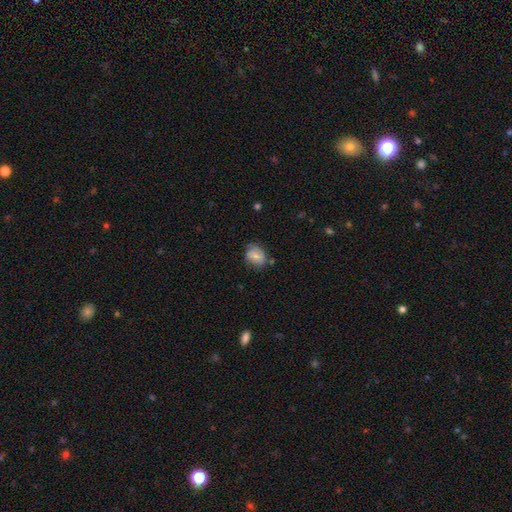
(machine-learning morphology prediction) This appears to be a smooth galaxy with no disk features (70%) that is in between round and cigar-shaped (59%). Merging: none (60%).